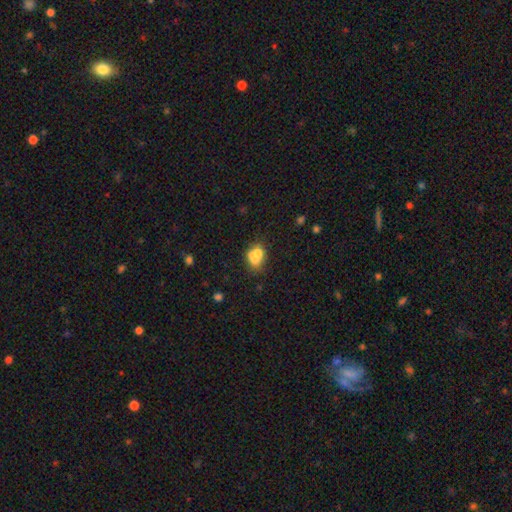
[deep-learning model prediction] Smooth or featured?
  - smooth: 68% *
  - featured or disk: 21%
  - star or artifact: 11%
How rounded?
  - in between: 58% *
  - round: 41%
  - cigar-shaped: 2%
Merging?
  - merger: 54% *
  - none: 29%
  - minor disturbance: 11%
  - major disturbance: 6%